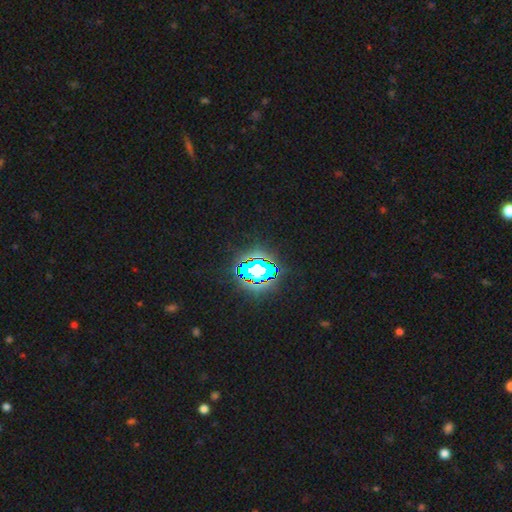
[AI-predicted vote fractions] Morphology: type=star or artifact (79%).